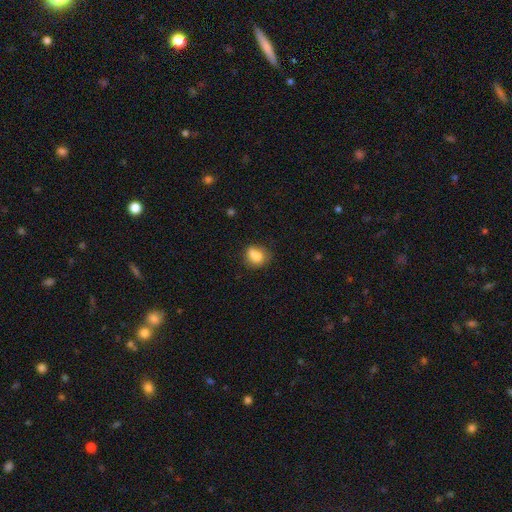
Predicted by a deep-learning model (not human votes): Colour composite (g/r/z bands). It shows a smooth galaxy with no disk features (76%) that is round (58%). Merging: none (46%).